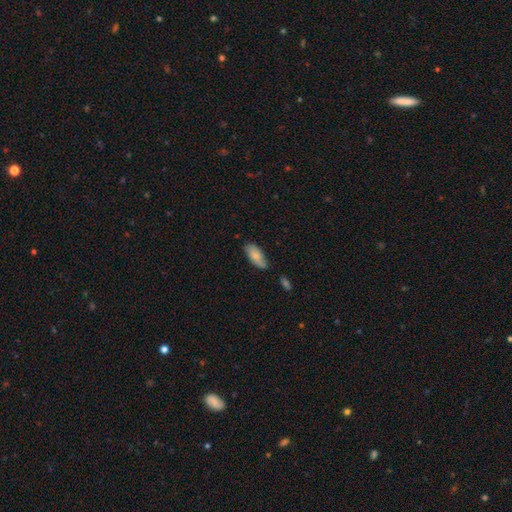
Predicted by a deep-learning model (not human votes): Smooth or featured? Predicted: smooth (p=0.75). How rounded? Predicted: in between (p=0.87). Merging? Predicted: none (p=0.68).